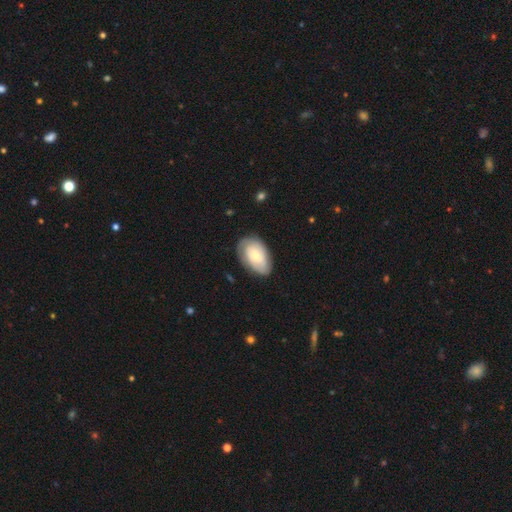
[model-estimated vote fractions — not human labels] Smooth or featured: smooth — 49% (featured or disk — 45%)
Merging: none — 71% (minor disturbance — 22%)